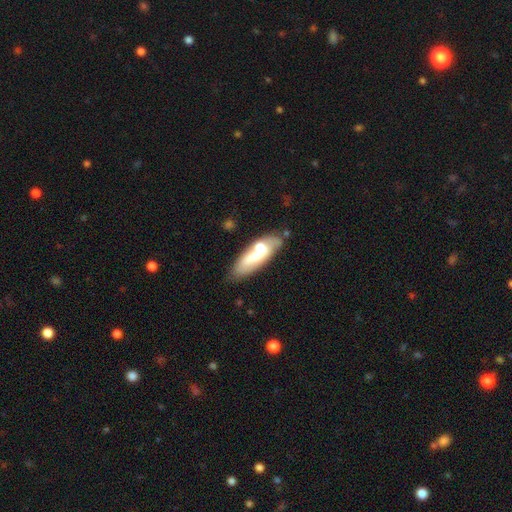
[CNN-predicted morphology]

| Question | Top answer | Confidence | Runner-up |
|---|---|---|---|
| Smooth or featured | smooth | 54% | featured or disk (40%) |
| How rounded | in between | 66% | cigar-shaped (31%) |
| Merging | none | 50% | merger (25%) |